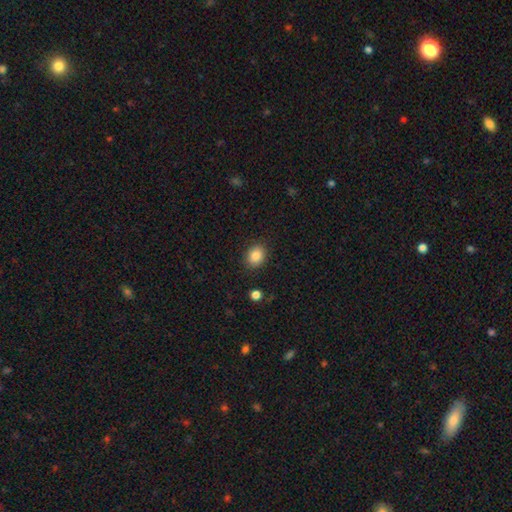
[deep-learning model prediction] smooth-or-featured: smooth: 86% | star or artifact: 9% | featured or disk: 5%
  how-rounded: round: 50% | in between: 49% | cigar-shaped: 1%
  merging: none: 88% | minor disturbance: 8% | major disturbance: 2% | merger: 1%